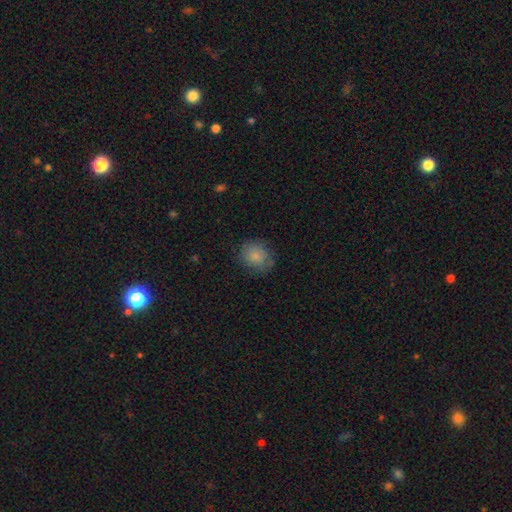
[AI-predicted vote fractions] smooth_or_featured: smooth (p=0.83) [alt: featured or disk p=0.09]
how_rounded: round (p=0.72) [alt: in between p=0.27]
merging: none (p=0.75) [alt: minor disturbance p=0.18]